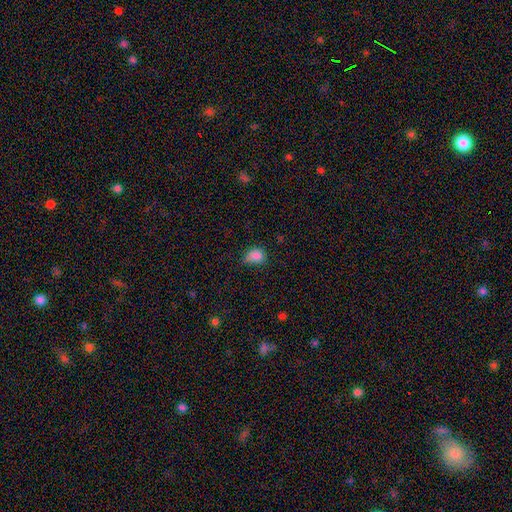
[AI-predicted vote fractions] The model was most divided on "how rounded": round: 53%, in between: 46%, cigar-shaped: 1%. More confident: smooth or featured — smooth (84%); merging — none (50%).